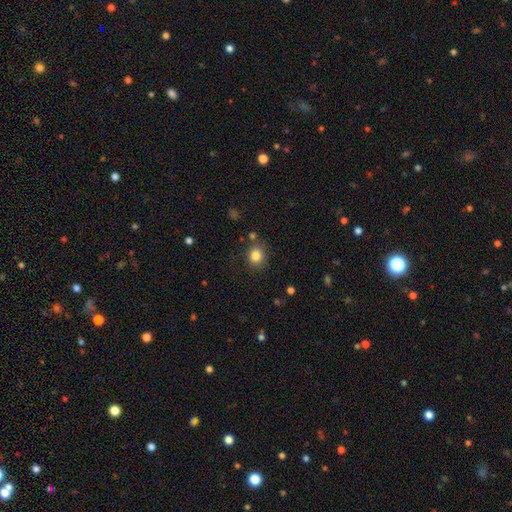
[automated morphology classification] smooth 83%, star or artifact 11%, featured or disk 6%. Down the decision tree: how rounded — round (72%); merging — none (80%).